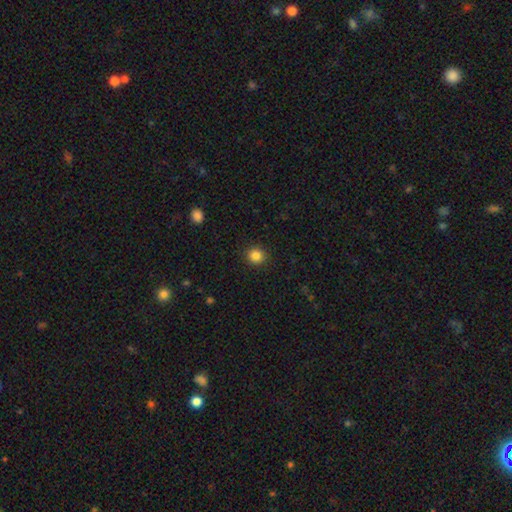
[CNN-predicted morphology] This appears to be a smooth galaxy with no disk features (85%) that is round (91%). Merging: none (92%).